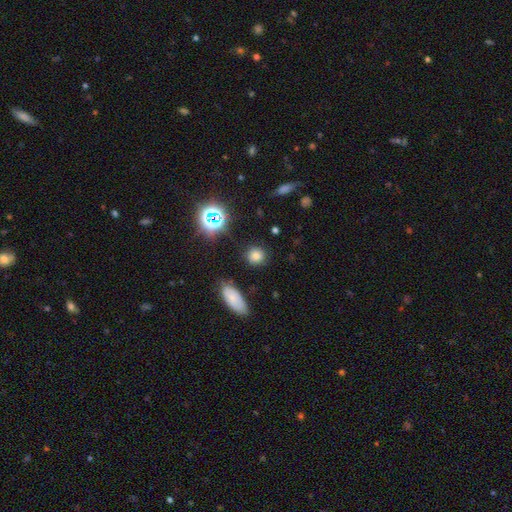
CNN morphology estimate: smooth 73%, star or artifact 20%, featured or disk 7%. Down the decision tree: how rounded — round (85%); merging — none (85%).